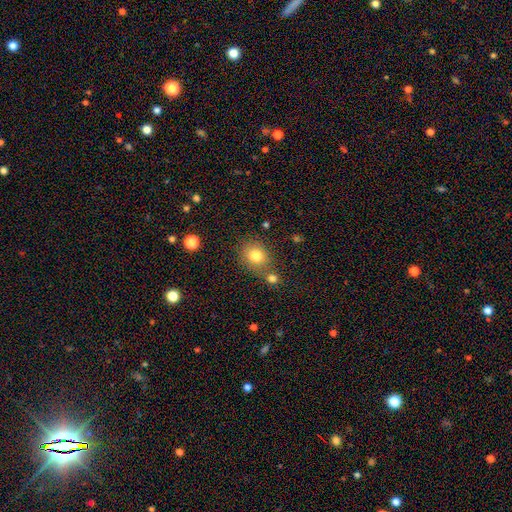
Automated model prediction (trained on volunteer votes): A smooth galaxy with no disk features (80%) that is round (66%).

Vote fractions:
- Smooth or featured? smooth: 80% / star or artifact: 12% / featured or disk: 9%
- How rounded? round: 66% / in between: 33% / cigar-shaped: 1%
- Merging? none: 66% / merger: 18% / minor disturbance: 12% / major disturbance: 4%